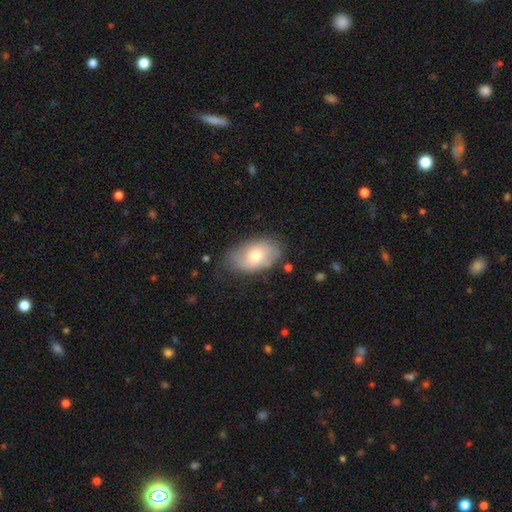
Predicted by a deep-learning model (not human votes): This is likely a smooth galaxy (61%). How rounded: clearly in between (91%). Merging: likely none (69%).